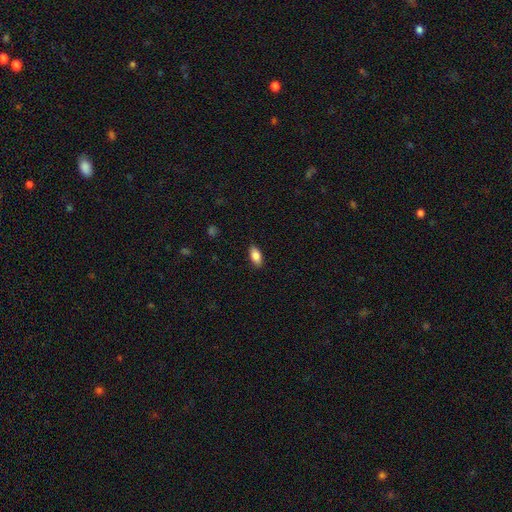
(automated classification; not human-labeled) smooth 84%, featured or disk 9%, star or artifact 7%. Down the decision tree: how rounded — in between (88%); merging — none (88%).